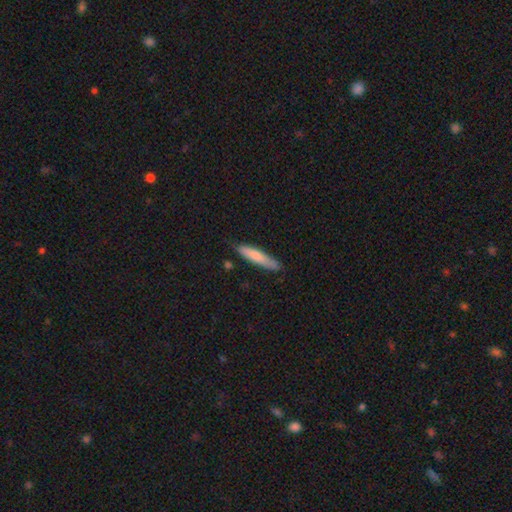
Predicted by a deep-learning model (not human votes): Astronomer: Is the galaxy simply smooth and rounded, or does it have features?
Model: smooth — 75%.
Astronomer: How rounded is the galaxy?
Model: cigar-shaped — 85%.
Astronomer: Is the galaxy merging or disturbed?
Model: none — 78%.